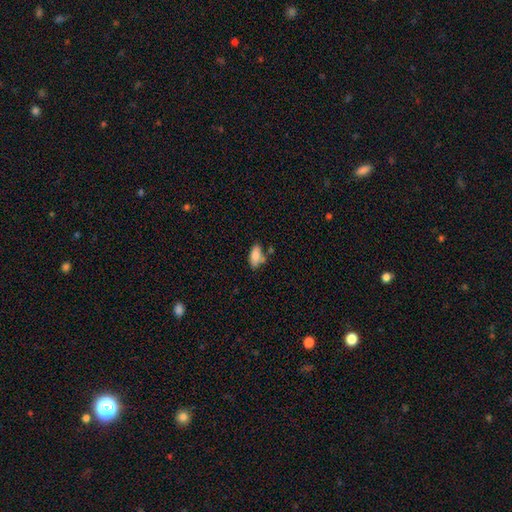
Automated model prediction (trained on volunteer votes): Q: Smooth or featured?
A: smooth (83%); runner-up: featured or disk (10%)
Q: How rounded?
A: in between (87%); runner-up: cigar-shaped (9%)
Q: Merging?
A: none (57%); runner-up: minor disturbance (22%)